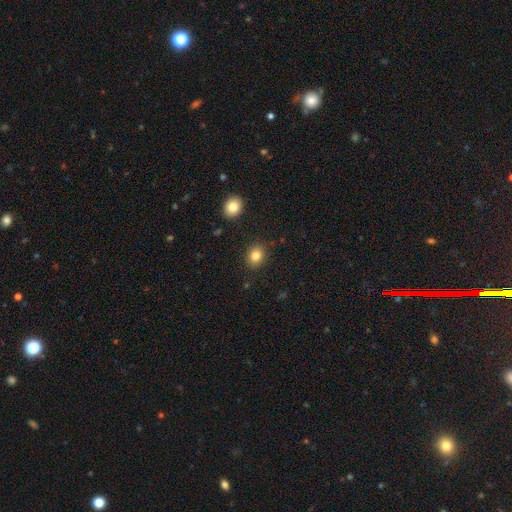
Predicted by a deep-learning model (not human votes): Smooth or featured? Predicted: smooth (p=0.82). How rounded? Predicted: round (p=0.56). Merging? Predicted: none (p=0.88).